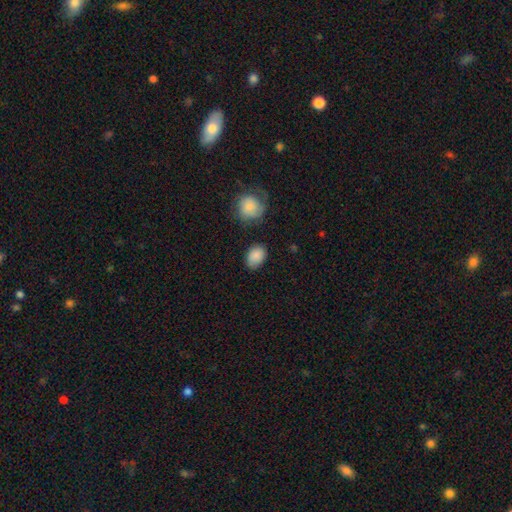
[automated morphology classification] Overall: smooth (87%). How rounded: in between (75%). Merging: none (73%).